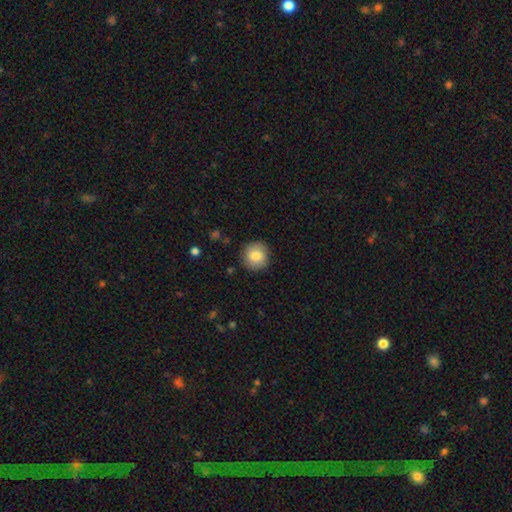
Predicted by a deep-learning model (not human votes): The model was most divided on "smooth or featured": smooth: 82%, featured or disk: 10%, star or artifact: 8%. More confident: how rounded — round (92%); merging — none (87%).